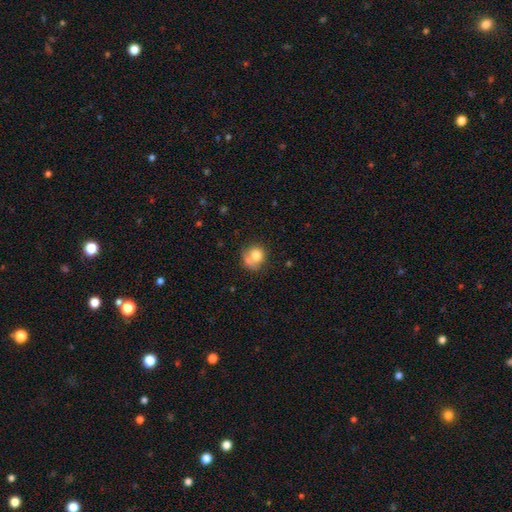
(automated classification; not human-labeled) Smooth or featured? Predicted: smooth (p=0.75). How rounded? Predicted: round (p=0.79). Merging? Predicted: none (p=0.45).